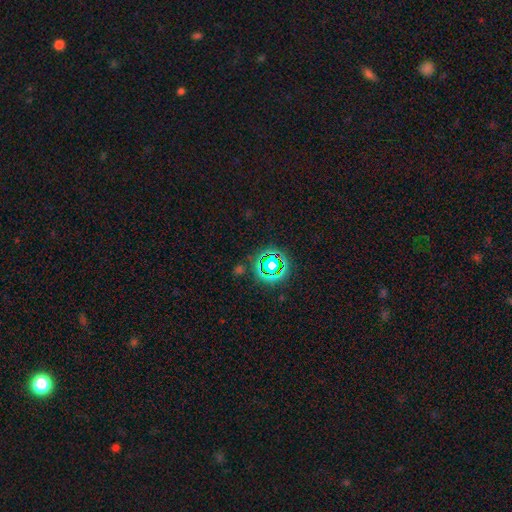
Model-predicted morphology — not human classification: This is likely a star or artifact rather than a galaxy (67%).